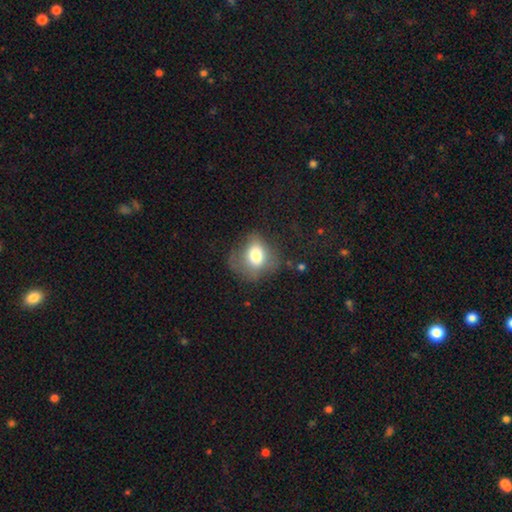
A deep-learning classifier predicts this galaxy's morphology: This appears to be a smooth galaxy with no disk features (70%) that is in between round and cigar-shaped (51%). Merging: none (42%).